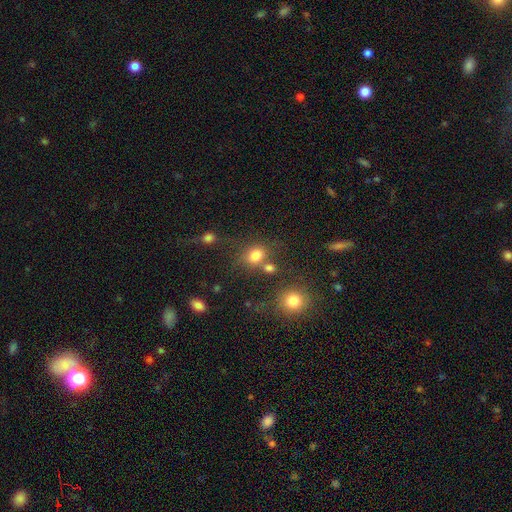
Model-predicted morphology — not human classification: Q: Smooth or featured?
A: smooth (78%); runner-up: star or artifact (14%)
Q: How rounded?
A: round (54%); runner-up: in between (45%)
Q: Merging?
A: none (54%); runner-up: merger (25%)